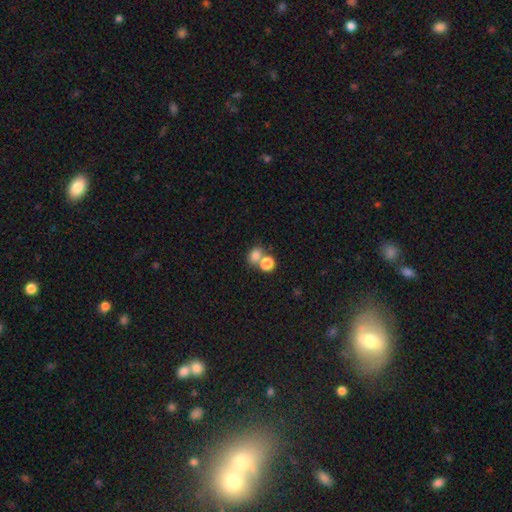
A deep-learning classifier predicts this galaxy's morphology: This appears to be a smooth galaxy with no disk features (79%) that is round (49%, tied with in between). Merging: merger (44%).